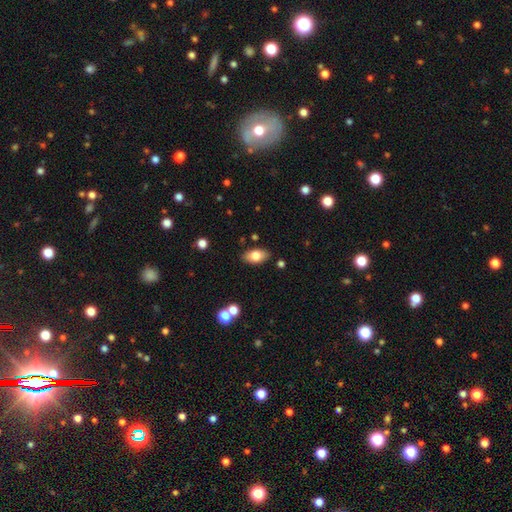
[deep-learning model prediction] smooth_or_featured: smooth (p=0.77) [alt: featured or disk p=0.15]
how_rounded: in between (p=0.92) [alt: round p=0.05]
merging: none (p=0.85) [alt: minor disturbance p=0.10]